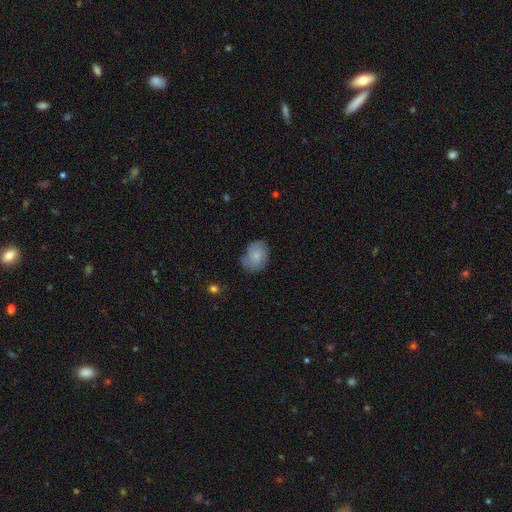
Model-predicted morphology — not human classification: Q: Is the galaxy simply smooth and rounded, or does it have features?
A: smooth — 71%.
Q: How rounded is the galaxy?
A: in between — 63%.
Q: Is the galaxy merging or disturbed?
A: none — 64%.